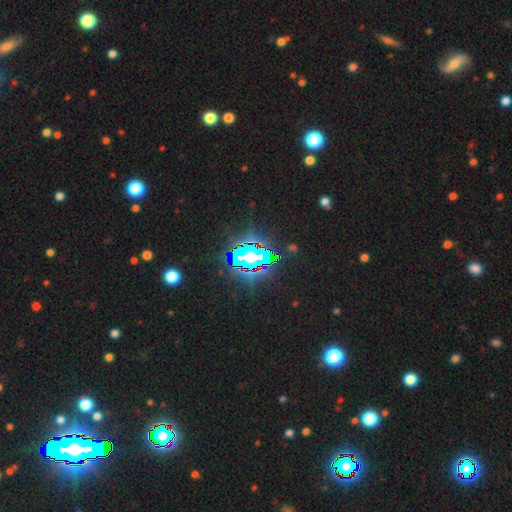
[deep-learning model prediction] This is clearly a star or artifact rather than a galaxy (81%).